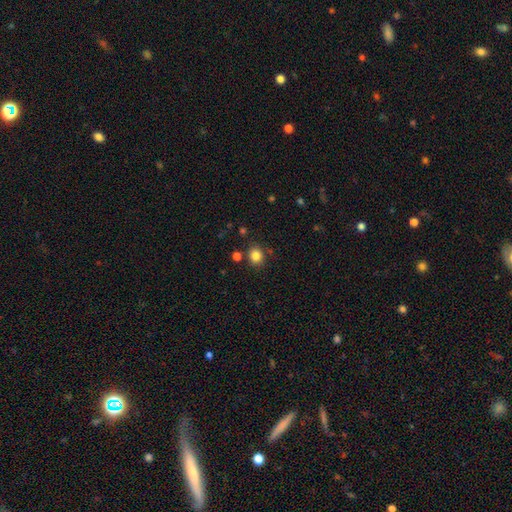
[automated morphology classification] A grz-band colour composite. It shows a smooth galaxy with no disk features (83%) that is round (71%). Merging: none (83%).